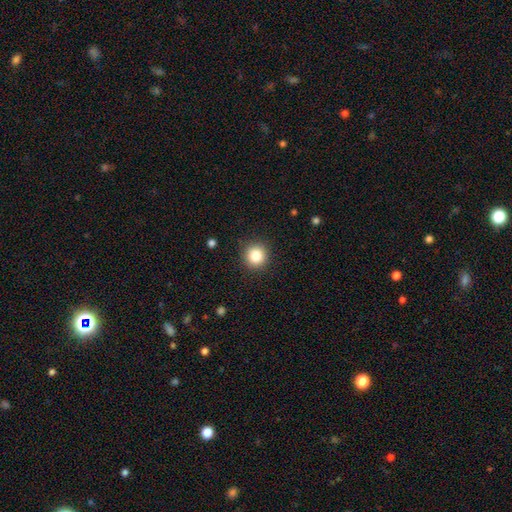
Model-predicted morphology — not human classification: This appears to be a smooth galaxy with no disk features (84%) that is round (94%). Merging: none (90%).